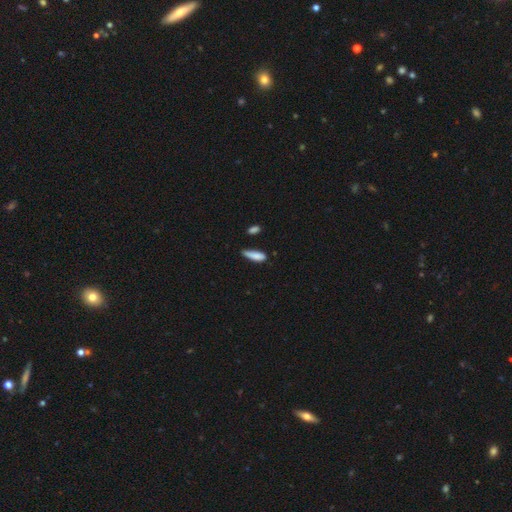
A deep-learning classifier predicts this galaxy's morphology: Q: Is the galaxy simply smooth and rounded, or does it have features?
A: smooth — 84%.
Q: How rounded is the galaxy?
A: cigar-shaped — 58%.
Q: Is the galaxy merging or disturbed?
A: none — 53%.